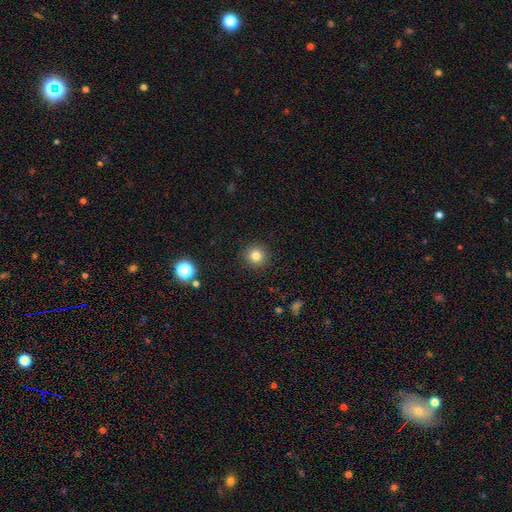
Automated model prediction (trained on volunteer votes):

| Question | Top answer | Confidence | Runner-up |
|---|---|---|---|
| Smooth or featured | smooth | 81% | star or artifact (12%) |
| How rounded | round | 95% | in between (4%) |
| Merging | none | 92% | minor disturbance (5%) |